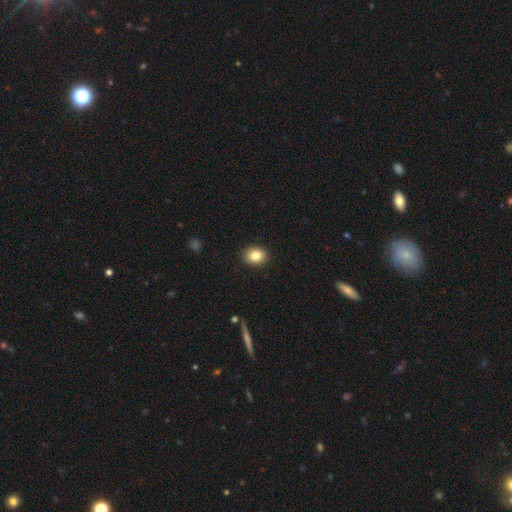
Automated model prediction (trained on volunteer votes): Q: Smooth or featured?
A: smooth (84%); runner-up: star or artifact (9%)
Q: How rounded?
A: round (53%); runner-up: in between (46%)
Q: Merging?
A: none (90%); runner-up: minor disturbance (7%)